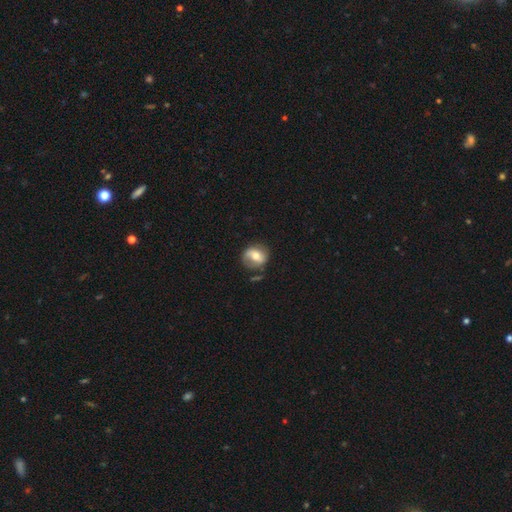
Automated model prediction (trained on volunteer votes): Smooth or featured? smooth (48%)
Merging? none (68%)